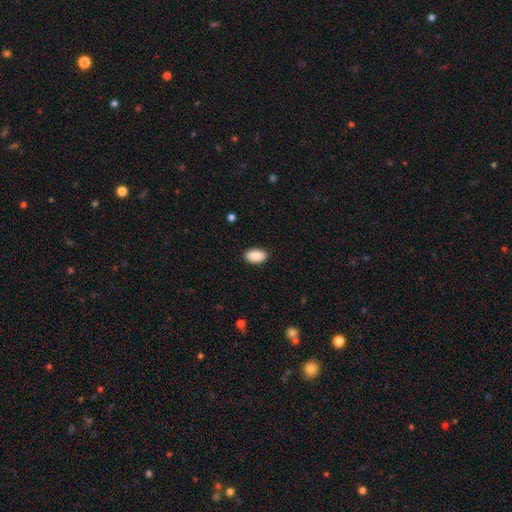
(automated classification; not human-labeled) A smooth galaxy with no disk features (88%) that is in between round and cigar-shaped (93%).

Vote fractions:
- Smooth or featured? smooth: 88% / star or artifact: 7% / featured or disk: 5%
- How rounded? in between: 93% / round: 5% / cigar-shaped: 2%
- Merging? none: 89% / minor disturbance: 8% / major disturbance: 2% / merger: 1%